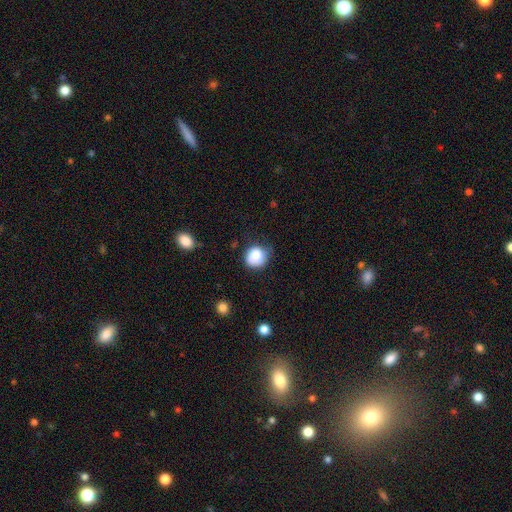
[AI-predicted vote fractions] Smooth or featured?
  - smooth: 81% *
  - featured or disk: 10%
  - star or artifact: 9%
How rounded?
  - round: 81% *
  - in between: 18%
  - cigar-shaped: 1%
Merging?
  - none: 56% *
  - minor disturbance: 32%
  - major disturbance: 9%
  - merger: 2%